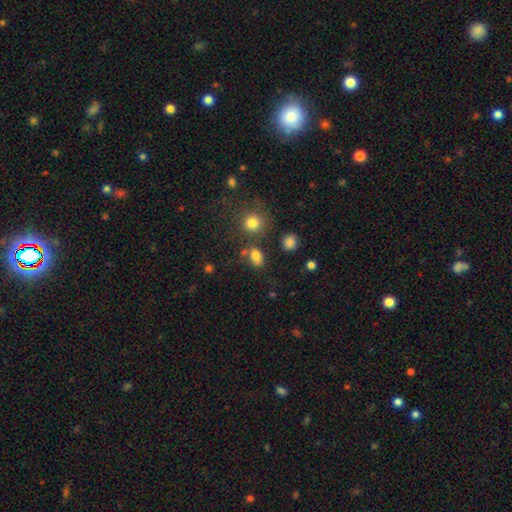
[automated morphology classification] A smooth galaxy with no disk features (78%) that is in between round and cigar-shaped (70%).

Vote fractions:
- Smooth or featured? smooth: 78% / star or artifact: 14% / featured or disk: 8%
- How rounded? in between: 70% / round: 28% / cigar-shaped: 2%
- Merging? none: 65% / minor disturbance: 15% / merger: 14% / major disturbance: 6%